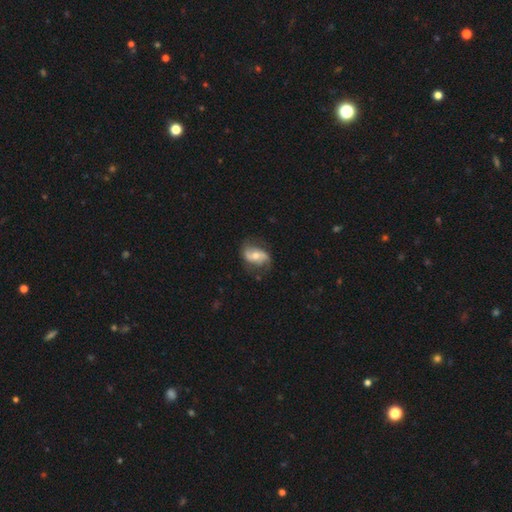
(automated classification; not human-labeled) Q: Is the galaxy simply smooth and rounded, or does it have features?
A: featured or disk — 61%.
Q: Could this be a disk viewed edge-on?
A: no — 95%.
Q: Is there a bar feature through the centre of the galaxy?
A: no — 46%.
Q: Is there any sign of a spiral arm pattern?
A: yes — 83%.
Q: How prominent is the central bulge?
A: moderate — 64%.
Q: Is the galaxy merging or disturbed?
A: none — 67%.